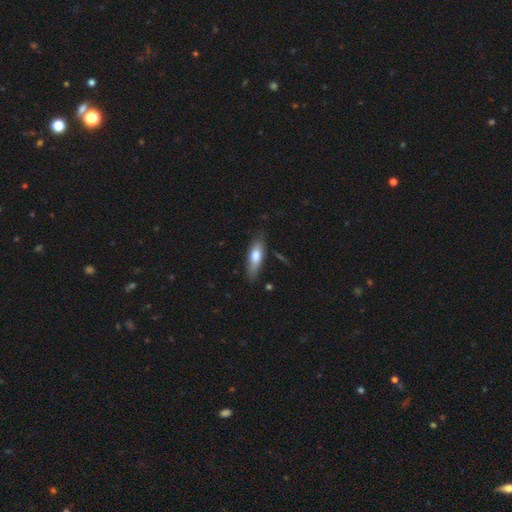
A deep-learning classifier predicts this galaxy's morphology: smooth 70%, featured or disk 24%, star or artifact 6%. Down the decision tree: how rounded — in between (57%); merging — none (71%).